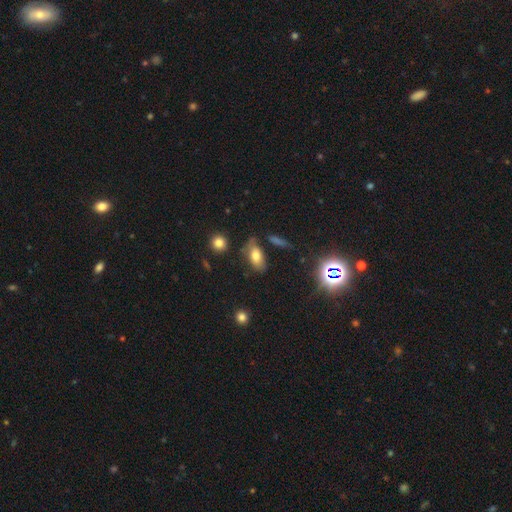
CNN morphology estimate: Smooth or featured? smooth (71%)
How rounded? in between (88%)
Merging? none (60%)